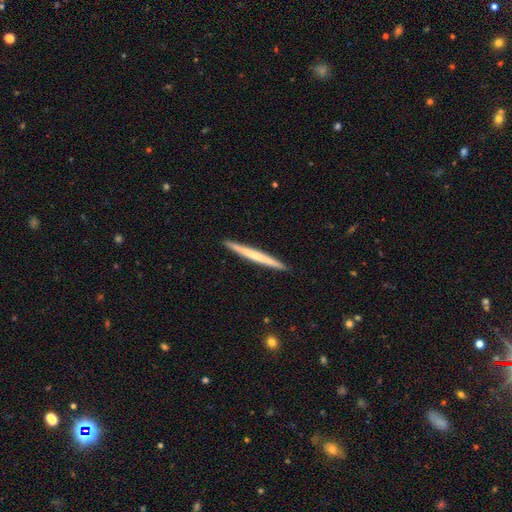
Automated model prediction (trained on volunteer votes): featured or disk 49%, smooth 46%, star or artifact 5%. Down the decision tree: merging — none (93%).